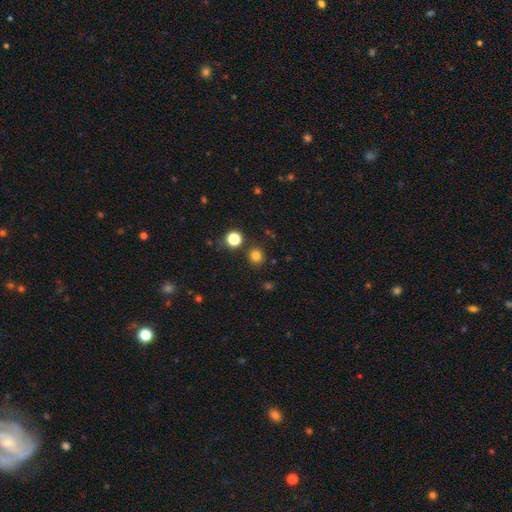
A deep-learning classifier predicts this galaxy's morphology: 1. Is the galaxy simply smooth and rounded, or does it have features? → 80% smooth, 16% star or artifact, 4% featured or disk.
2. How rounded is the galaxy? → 90% round, 9% in between, 1% cigar-shaped.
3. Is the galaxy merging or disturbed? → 86% none, 7% minor disturbance, 4% merger, 3% major disturbance.